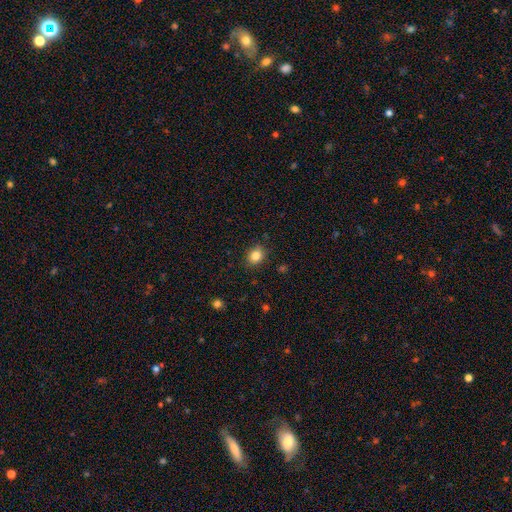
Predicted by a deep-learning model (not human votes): The model was most divided on "how rounded": round: 56%, in between: 43%, cigar-shaped: 1%. More confident: merging — none (85%); smooth or featured — smooth (84%).